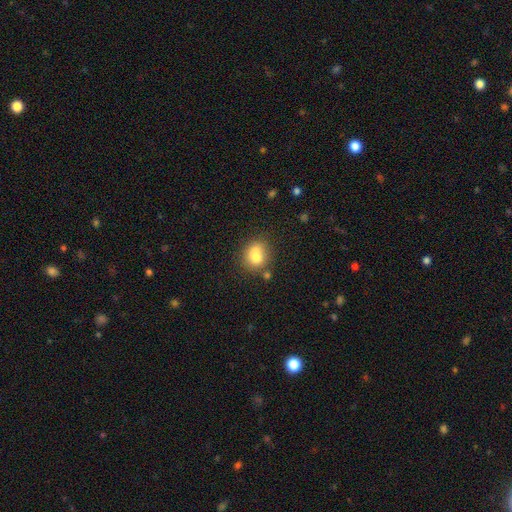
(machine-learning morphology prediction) Q: Smooth or featured?
A: smooth (73%); runner-up: featured or disk (16%)
Q: How rounded?
A: round (65%); runner-up: in between (34%)
Q: Merging?
A: none (45%); runner-up: merger (32%)